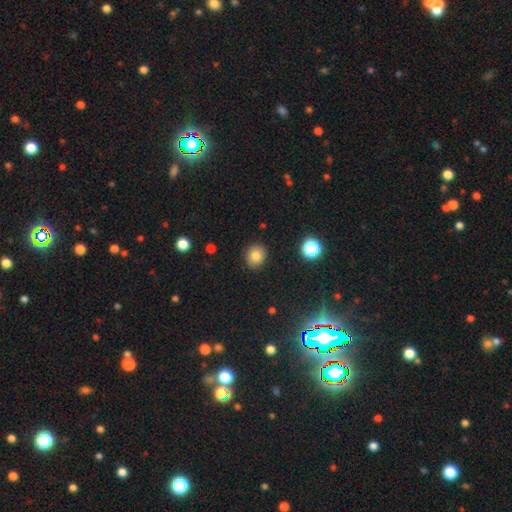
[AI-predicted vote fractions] A smooth galaxy with no disk features (81%) that is round (74%). Merging: none (89%).